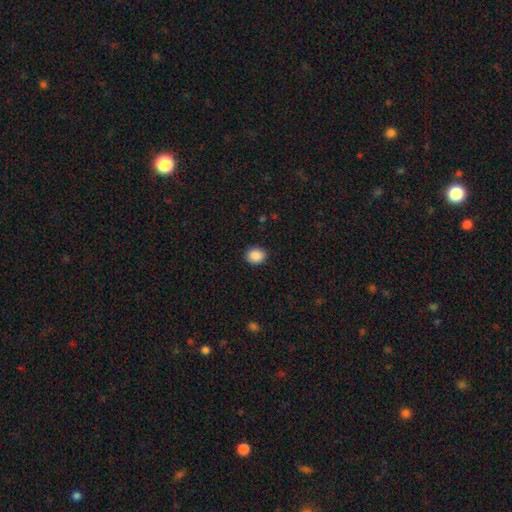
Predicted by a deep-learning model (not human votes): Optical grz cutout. It shows a smooth galaxy with no disk features (89%) that is round (61%). Merging: none (90%).